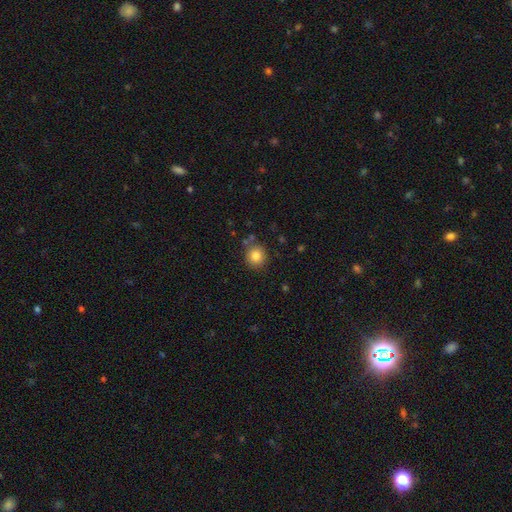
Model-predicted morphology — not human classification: type=smooth (83%); roundness=round (90%); merging=none (82%).